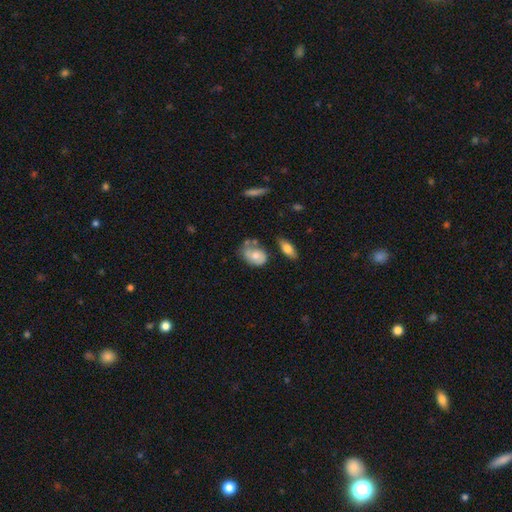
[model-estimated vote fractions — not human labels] Smooth or featured?
  - smooth: 65% *
  - featured or disk: 28%
  - star or artifact: 7%
How rounded?
  - in between: 77% *
  - round: 21%
  - cigar-shaped: 2%
Merging?
  - none: 44% *
  - minor disturbance: 31%
  - merger: 14%
  - major disturbance: 12%